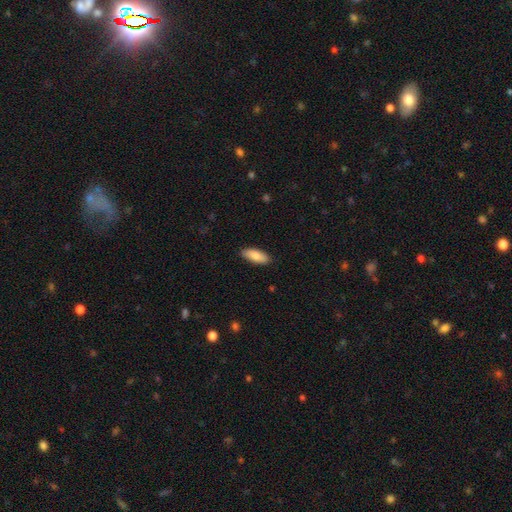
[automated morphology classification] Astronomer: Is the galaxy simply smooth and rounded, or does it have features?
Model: smooth — 85%.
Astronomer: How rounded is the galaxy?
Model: in between — 81%.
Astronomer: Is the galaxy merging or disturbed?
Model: none — 88%.